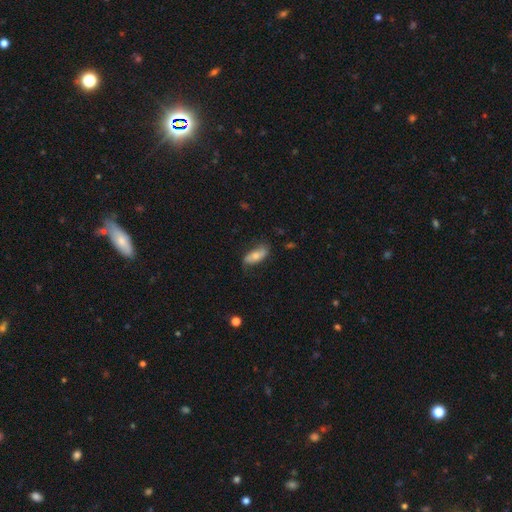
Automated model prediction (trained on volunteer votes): smooth-or-featured: smooth: 58% | featured or disk: 35% | star or artifact: 7%
  how-rounded: in between: 77% | cigar-shaped: 20% | round: 3%
  merging: none: 67% | minor disturbance: 24% | major disturbance: 7% | merger: 2%